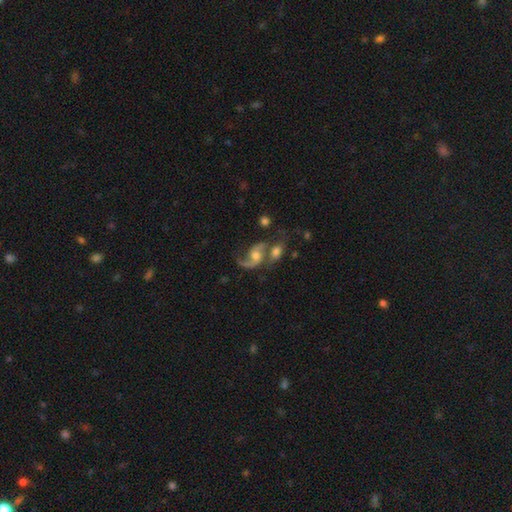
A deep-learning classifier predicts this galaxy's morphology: smooth-or-featured: featured or disk: 80% | smooth: 11% | star or artifact: 9%
  disk-edge-on: no: 97% | yes: 3%
    bar: no: 59% | weak: 32% | strong: 10%
    has-spiral-arms: yes: 91% | no: 9%
      spiral-winding: loose: 55% | medium: 36% | tight: 9%
      spiral-arm-count: 2: 68% | 1: 25% | can't tell: 4% | 3: 1% | 4: 1% | more than 4: 1%
    bulge-size: moderate: 58% | small: 25% | large: 10% | none: 5% | dominant: 2%
  merging: merger: 49% | none: 26% | major disturbance: 15% | minor disturbance: 10%